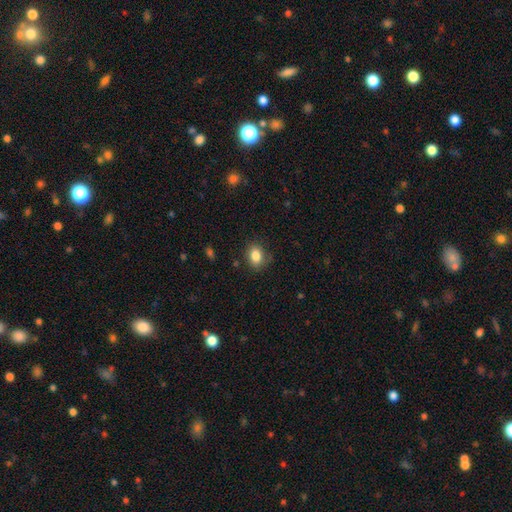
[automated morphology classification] Smooth or featured? Predicted: smooth (p=0.85). How rounded? Predicted: in between (p=0.65). Merging? Predicted: none (p=0.81).